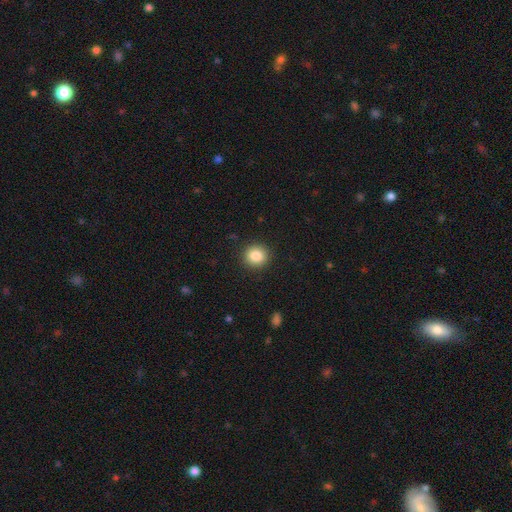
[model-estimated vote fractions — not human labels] This is clearly a smooth galaxy (85%). How rounded: clearly round (90%). Merging: clearly none (91%).